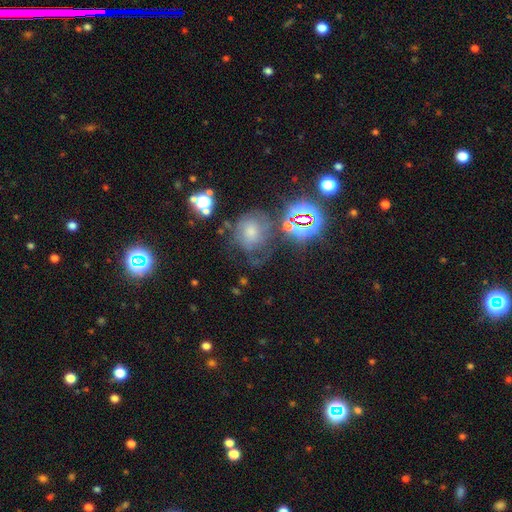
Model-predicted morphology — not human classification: smooth_or_featured: star or artifact (p=0.60) [alt: smooth p=0.23]